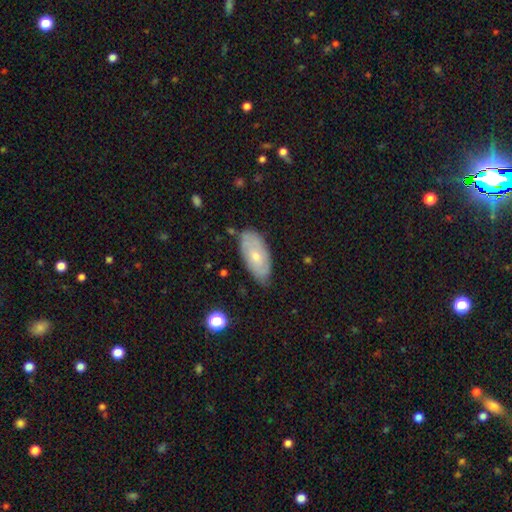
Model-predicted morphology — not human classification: This is possibly a smooth galaxy (51%). How rounded: clearly in between (91%). Merging: likely none (73%).